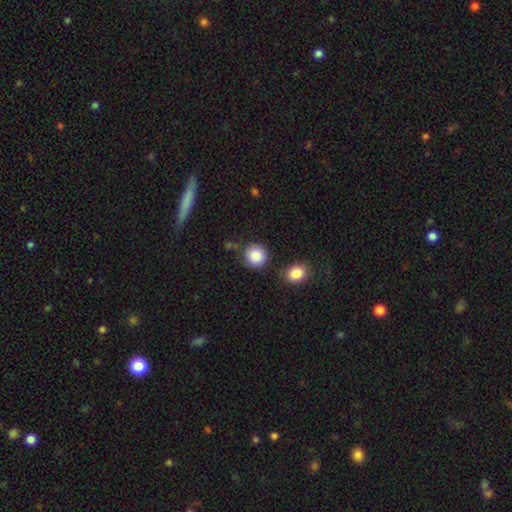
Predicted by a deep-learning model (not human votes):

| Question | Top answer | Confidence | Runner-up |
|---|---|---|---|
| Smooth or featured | smooth | 87% | star or artifact (8%) |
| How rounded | round | 91% | in between (8%) |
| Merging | none | 78% | minor disturbance (11%) |